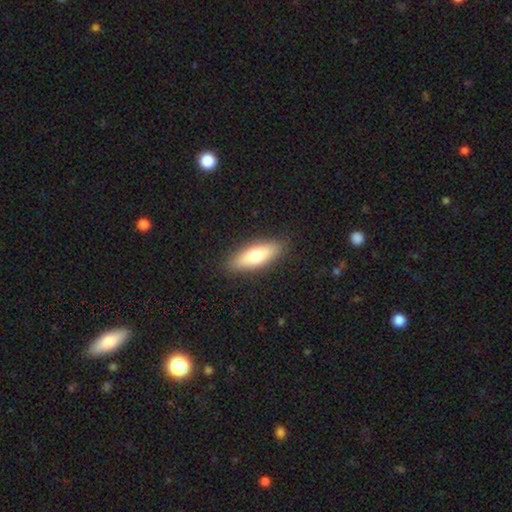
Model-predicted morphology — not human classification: smooth-or-featured: smooth: 68% | featured or disk: 26% | star or artifact: 7%
  how-rounded: in between: 56% | cigar-shaped: 41% | round: 3%
  merging: none: 88% | minor disturbance: 9% | major disturbance: 2% | merger: 1%